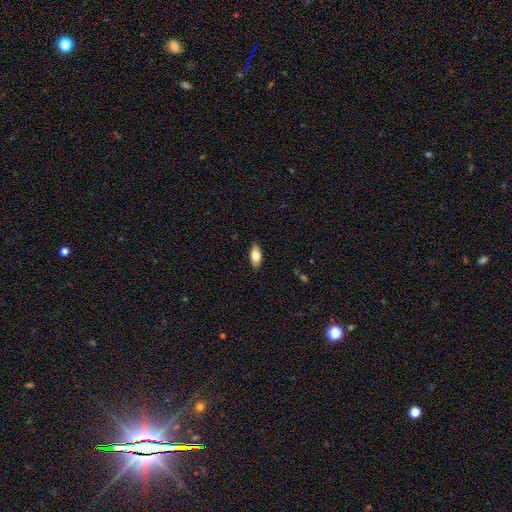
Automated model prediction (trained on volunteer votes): smooth-or-featured: smooth: 80% | featured or disk: 13% | star or artifact: 7%
  how-rounded: in between: 90% | cigar-shaped: 7% | round: 3%
  merging: none: 87% | minor disturbance: 10% | major disturbance: 2% | merger: 1%